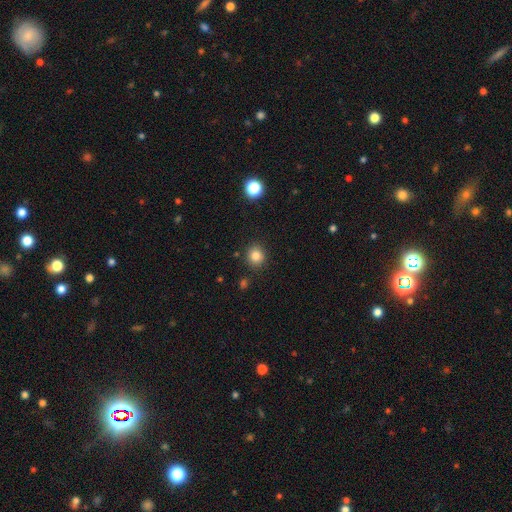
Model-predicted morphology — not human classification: Smooth or featured? smooth (83%)
How rounded? round (85%)
Merging? none (88%)